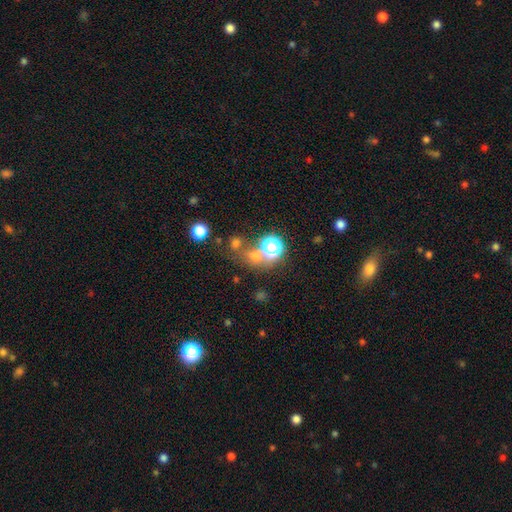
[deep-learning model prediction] smooth-or-featured: smooth: 52% | star or artifact: 37% | featured or disk: 11%
  how-rounded: round: 81% | in between: 18% | cigar-shaped: 1%
  merging: none: 55% | merger: 28% | minor disturbance: 9% | major disturbance: 7%